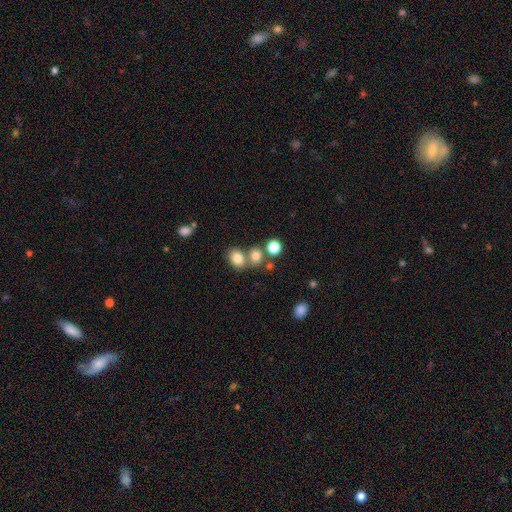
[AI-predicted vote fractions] A smooth galaxy with no disk features (78%) that is round (64%). Merging: none (51%).